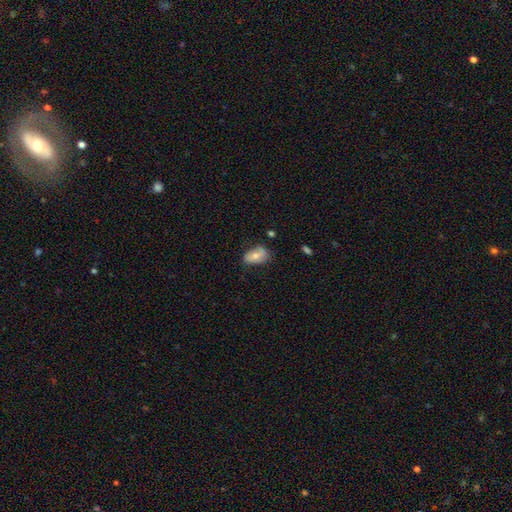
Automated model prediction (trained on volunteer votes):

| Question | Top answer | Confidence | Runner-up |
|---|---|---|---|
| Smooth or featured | smooth | 66% | featured or disk (27%) |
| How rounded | in between | 90% | round (7%) |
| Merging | none | 59% | minor disturbance (32%) |